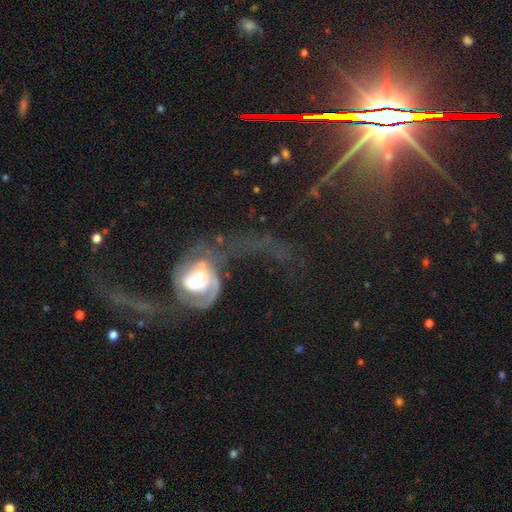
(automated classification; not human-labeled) Q: Smooth or featured?
A: featured or disk (80%); runner-up: star or artifact (12%)
Q: Edge-on disk?
A: no (95%); runner-up: yes (5%)
Q: Bar?
A: no (50%); runner-up: weak (32%)
Q: Spiral arms?
A: yes (93%); runner-up: no (7%)
Q: Spiral winding?
A: loose (71%); runner-up: medium (23%)
Q: Spiral arm count?
A: 2 (88%); runner-up: 1 (5%)
Q: Bulge size?
A: moderate (44%); runner-up: large (27%)
Q: Merging?
A: none (42%); runner-up: major disturbance (37%)